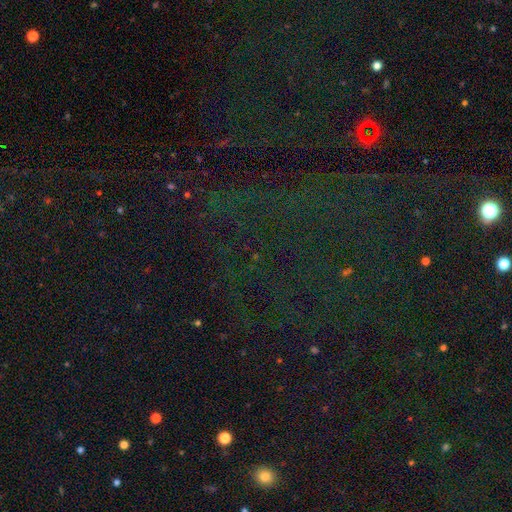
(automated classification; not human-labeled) smooth-or-featured: star or artifact: 80% | smooth: 12% | featured or disk: 8%